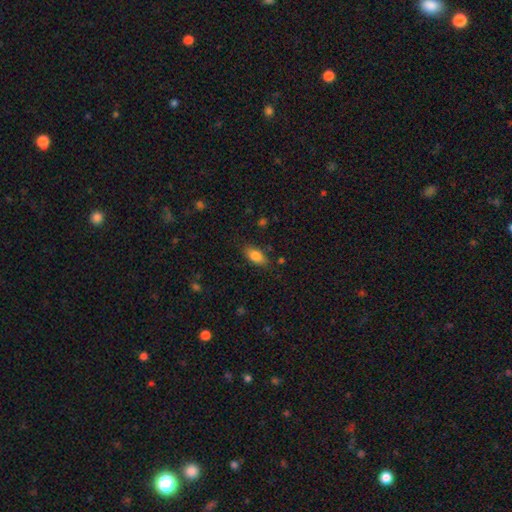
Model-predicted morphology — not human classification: This appears to be a smooth galaxy with no disk features (83%) that is in between round and cigar-shaped (88%). Merging: none (81%).